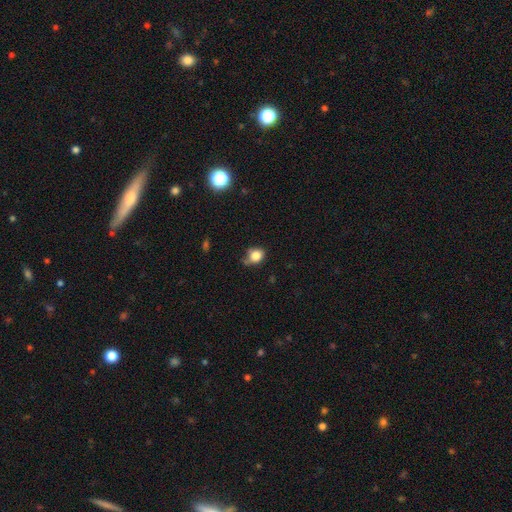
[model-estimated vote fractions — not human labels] A smooth galaxy with no disk features (82%) that is round (65%).

Vote fractions:
- Smooth or featured? smooth: 82% / star or artifact: 11% / featured or disk: 7%
- How rounded? round: 65% / in between: 34% / cigar-shaped: 1%
- Merging? none: 59% / minor disturbance: 28% / major disturbance: 6% / merger: 6%